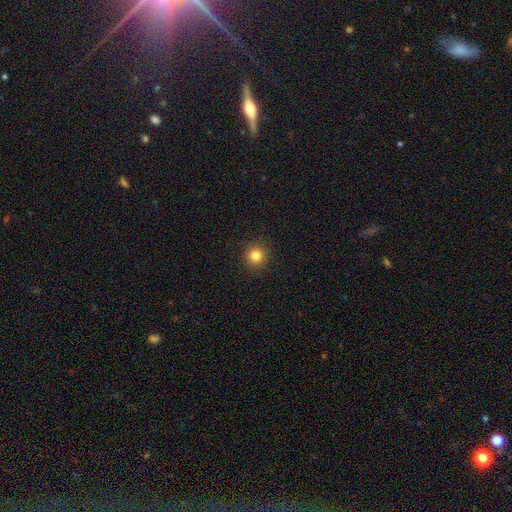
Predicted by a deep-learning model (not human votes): Q: Smooth or featured?
A: smooth (82%); runner-up: star or artifact (13%)
Q: How rounded?
A: round (93%); runner-up: in between (6%)
Q: Merging?
A: none (92%); runner-up: minor disturbance (5%)